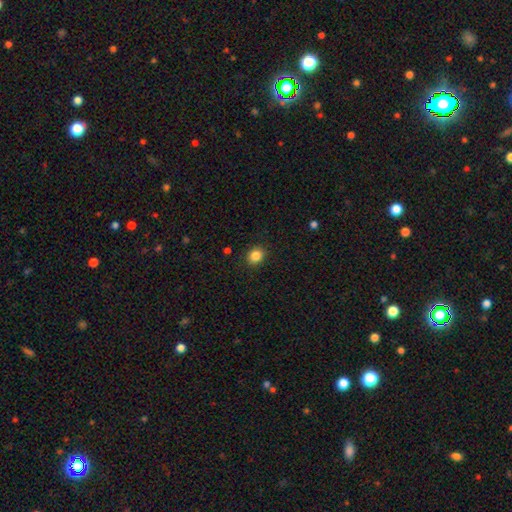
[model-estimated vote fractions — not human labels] smooth_or_featured: smooth (p=0.85) [alt: star or artifact p=0.11]
how_rounded: round (p=0.71) [alt: in between p=0.28]
merging: none (p=0.90) [alt: minor disturbance p=0.07]